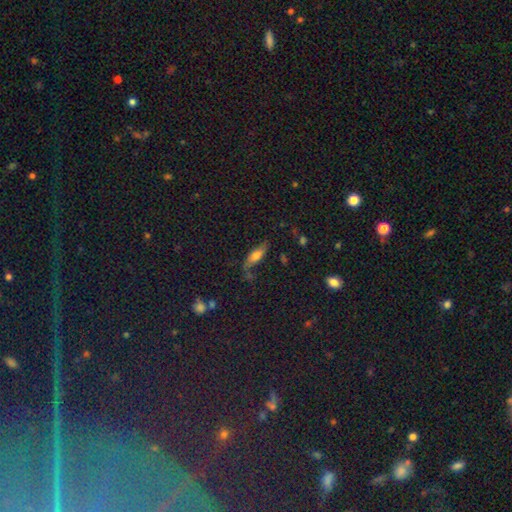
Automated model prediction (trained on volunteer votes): Morphology: type=smooth (58%); roundness=in between (62%); merging=none (61%).